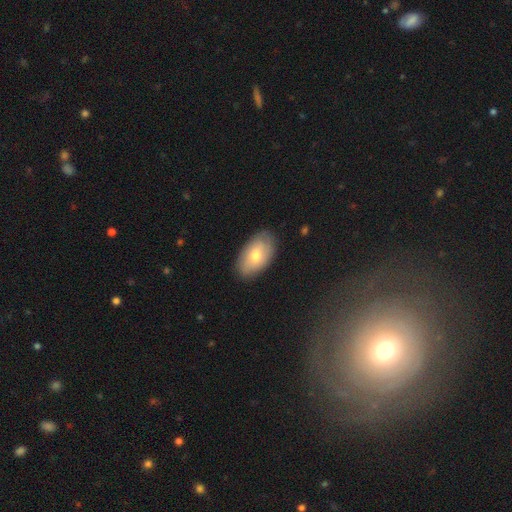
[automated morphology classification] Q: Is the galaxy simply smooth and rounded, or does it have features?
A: smooth — 64%.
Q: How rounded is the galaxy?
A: in between — 93%.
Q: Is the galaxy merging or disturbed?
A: none — 83%.